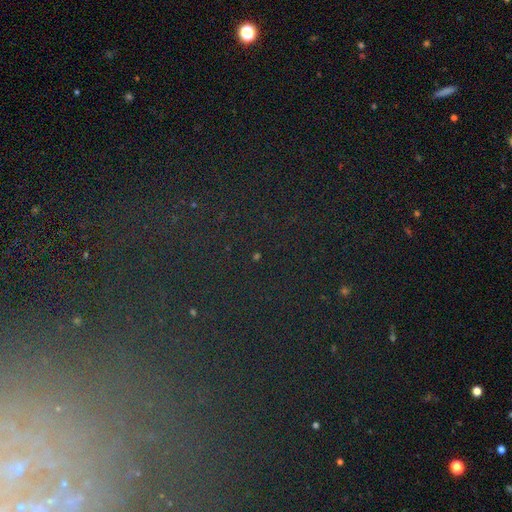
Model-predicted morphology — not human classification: star or artifact 69%, smooth 16%, featured or disk 15%.